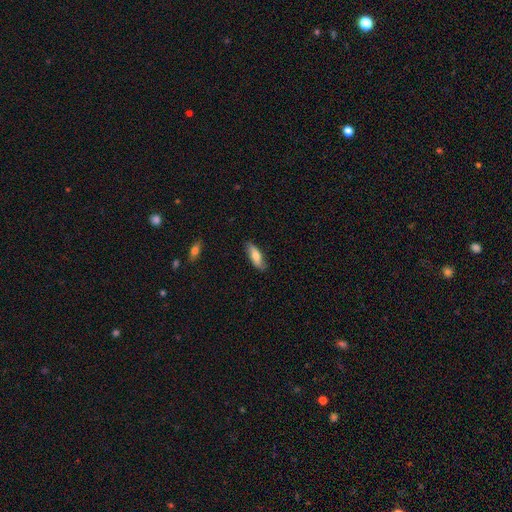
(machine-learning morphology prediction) smooth-or-featured: smooth: 68% | featured or disk: 26% | star or artifact: 6%
  how-rounded: in between: 65% | cigar-shaped: 32% | round: 2%
  merging: none: 81% | minor disturbance: 15% | major disturbance: 2% | merger: 1%